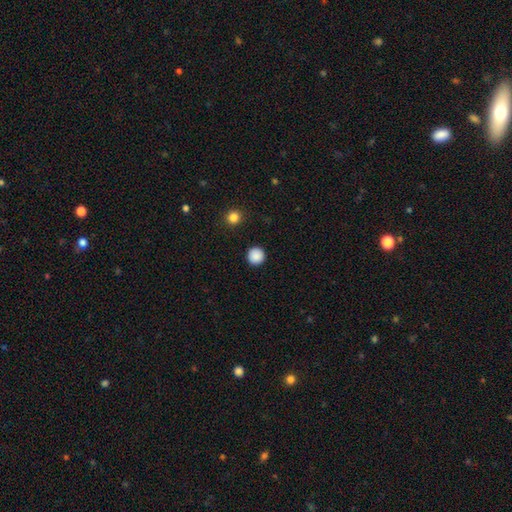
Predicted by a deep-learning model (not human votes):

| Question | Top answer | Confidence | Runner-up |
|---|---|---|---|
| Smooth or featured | smooth | 88% | star or artifact (9%) |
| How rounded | round | 96% | in between (3%) |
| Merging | none | 93% | minor disturbance (4%) |